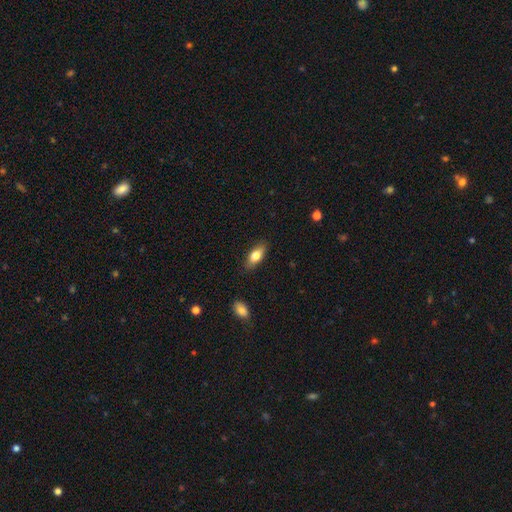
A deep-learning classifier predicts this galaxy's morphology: smooth_or_featured: smooth (p=0.74) [alt: featured or disk p=0.19]
how_rounded: in between (p=0.78) [alt: cigar-shaped p=0.18]
merging: none (p=0.85) [alt: minor disturbance p=0.11]